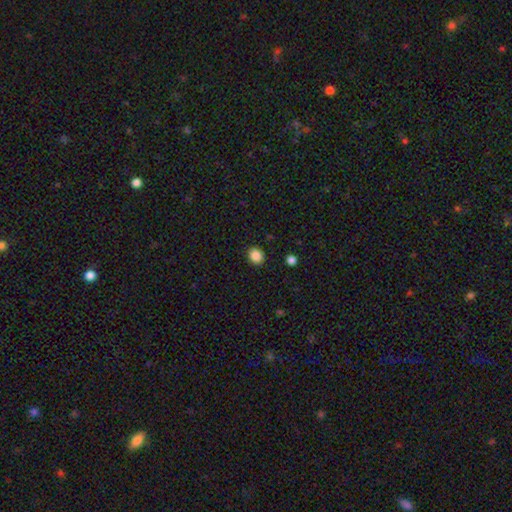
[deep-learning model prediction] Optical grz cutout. It shows a smooth galaxy with no disk features (86%) that is round (74%). Merging: none (90%).